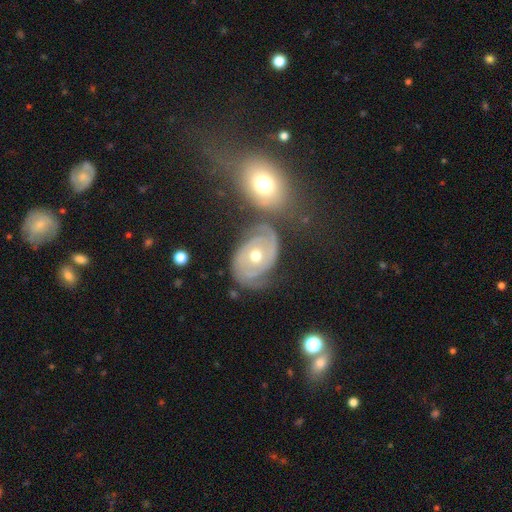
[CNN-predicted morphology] Overall: featured or disk (85%). Edge-on disk: no (97%). Bar: no (78%). Spiral arms: yes (92%). Spiral arm count: 2 (75%). Spiral winding: tight (63%; medium 28%). Bulge size: moderate (75%). Merging: none (59%).